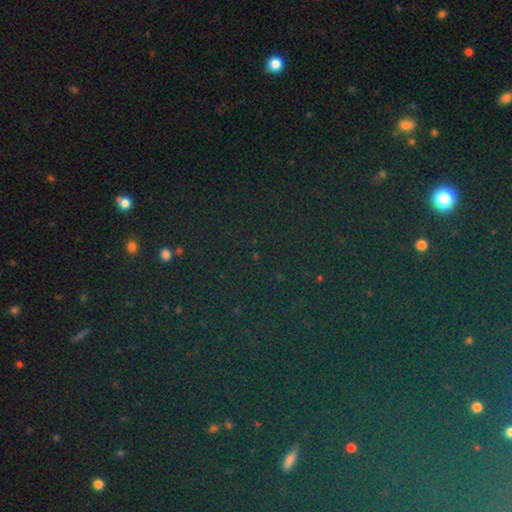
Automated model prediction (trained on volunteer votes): This appears to be a star or artifact, not a galaxy (77%).